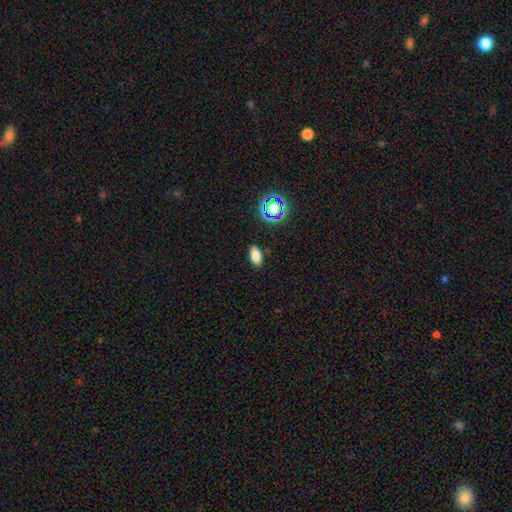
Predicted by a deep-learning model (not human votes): This appears to be a smooth galaxy with no disk features (77%) that is in between round and cigar-shaped (87%). Merging: none (88%).